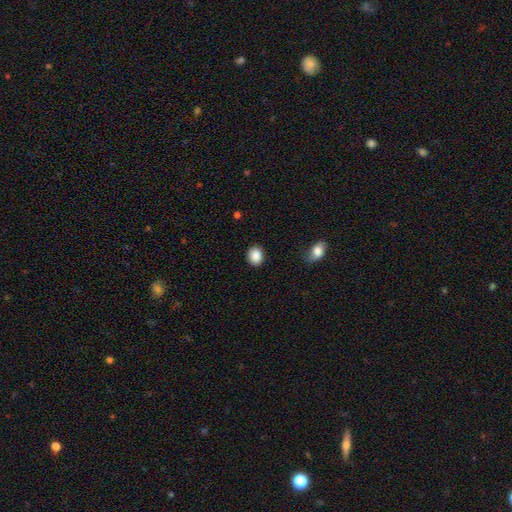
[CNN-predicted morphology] smooth-or-featured: smooth: 89% | star or artifact: 8% | featured or disk: 3%
  how-rounded: round: 60% | in between: 39% | cigar-shaped: 1%
  merging: none: 88% | minor disturbance: 8% | major disturbance: 2% | merger: 1%